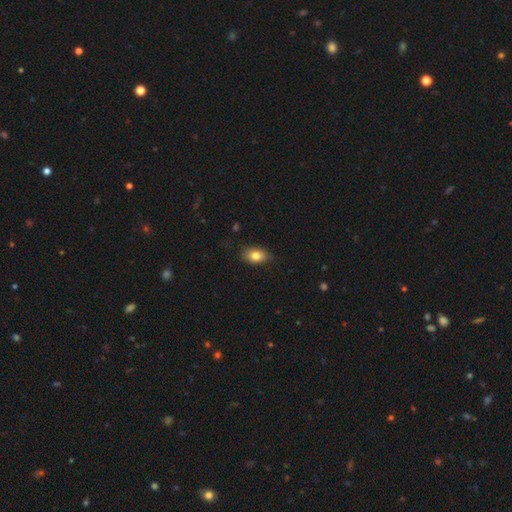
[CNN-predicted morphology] smooth 81%, featured or disk 10%, star or artifact 8%. Down the decision tree: how rounded — in between (84%); merging — none (78%).